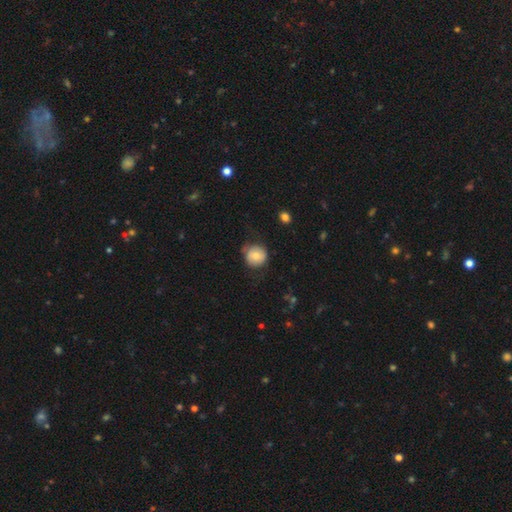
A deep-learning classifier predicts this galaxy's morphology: Smooth or featured: smooth — 72% (featured or disk — 20%)
How rounded: round — 90% (in between — 9%)
Merging: none — 62% (minor disturbance — 25%)